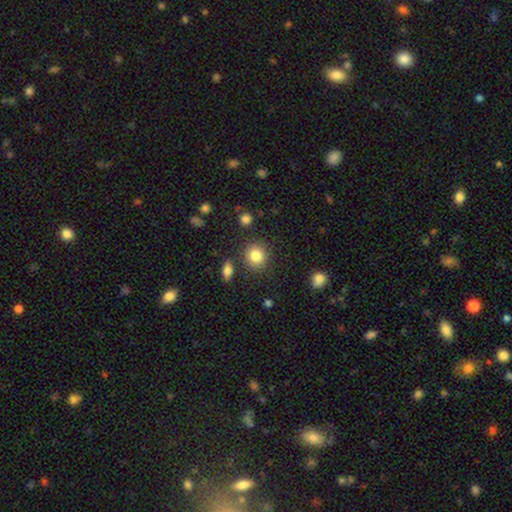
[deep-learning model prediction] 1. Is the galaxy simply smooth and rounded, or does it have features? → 84% smooth, 9% star or artifact, 7% featured or disk.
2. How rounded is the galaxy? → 86% round, 13% in between, 1% cigar-shaped.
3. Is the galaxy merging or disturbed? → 85% none, 8% minor disturbance, 4% merger, 3% major disturbance.